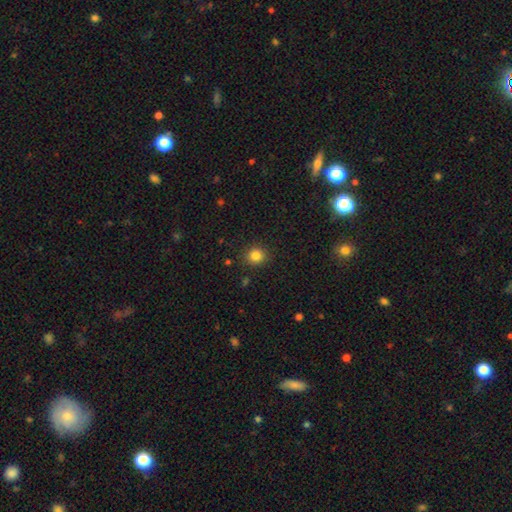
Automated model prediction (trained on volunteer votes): Q: Smooth or featured?
A: smooth (83%); runner-up: star or artifact (12%)
Q: How rounded?
A: round (88%); runner-up: in between (11%)
Q: Merging?
A: none (89%); runner-up: minor disturbance (7%)